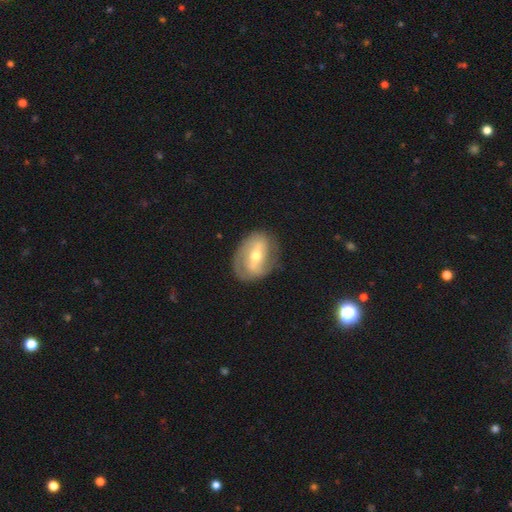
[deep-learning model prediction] The model was most divided on "spiral winding" (2-way tie): tight: 39%, medium: 39%, loose: 22%. Remaining: edge-on disk — no (95%); spiral arms — yes (76%); merging — none (72%); smooth or featured — featured or disk (71%); bulge size — moderate (70%); spiral arm count — 2 (65%); bar — weak (41%).